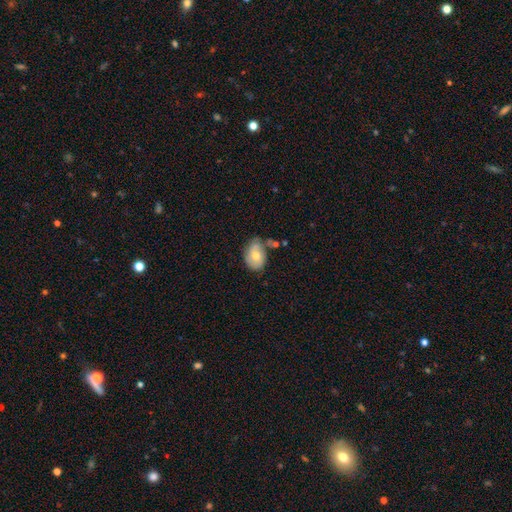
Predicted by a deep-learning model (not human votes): Morphology: type=smooth (60%); roundness=in between (75%); merging=none (47%).